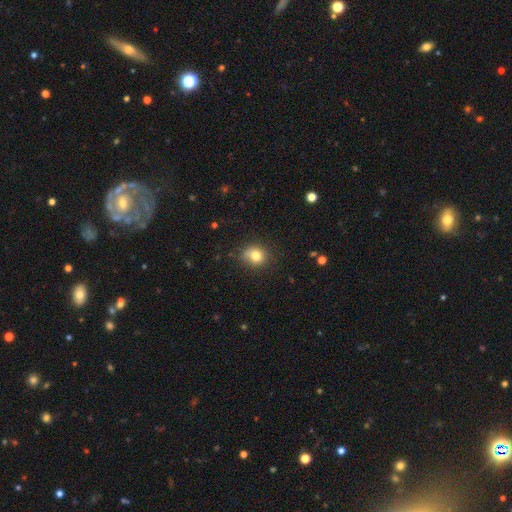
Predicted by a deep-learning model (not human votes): smooth_or_featured: smooth (p=0.79) [alt: star or artifact p=0.12]
how_rounded: round (p=0.75) [alt: in between p=0.24]
merging: none (p=0.73) [alt: minor disturbance p=0.20]